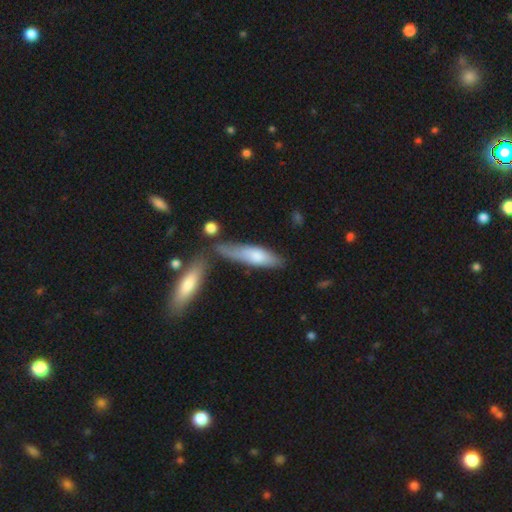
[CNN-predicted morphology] This is likely a smooth galaxy (66%). How rounded: possibly cigar-shaped (57%). Merging: possibly none (46%).